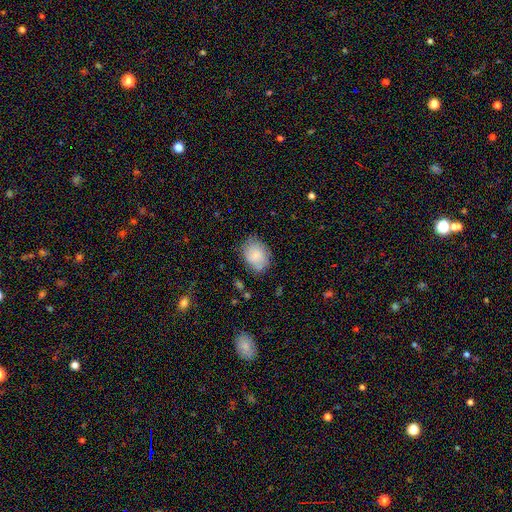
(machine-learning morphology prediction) smooth_or_featured: smooth (p=0.79) [alt: featured or disk p=0.14]
how_rounded: in between (p=0.61) [alt: round p=0.38]
merging: none (p=0.73) [alt: minor disturbance p=0.20]